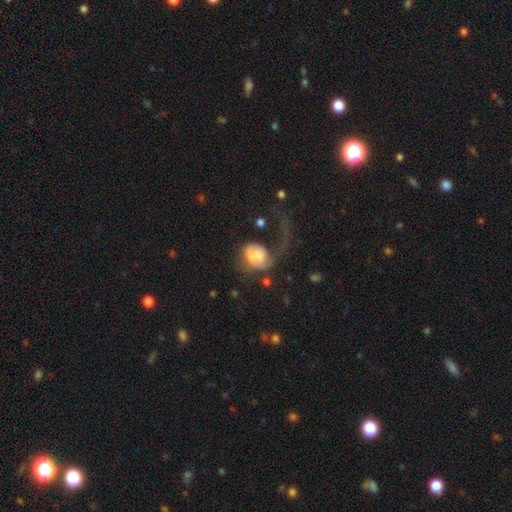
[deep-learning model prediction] A smooth galaxy with no disk features (47%).

Vote fractions:
- Smooth or featured? smooth: 47% / featured or disk: 45% / star or artifact: 8%
- Merging? major disturbance: 57% / none: 17% / merger: 14% / minor disturbance: 12%